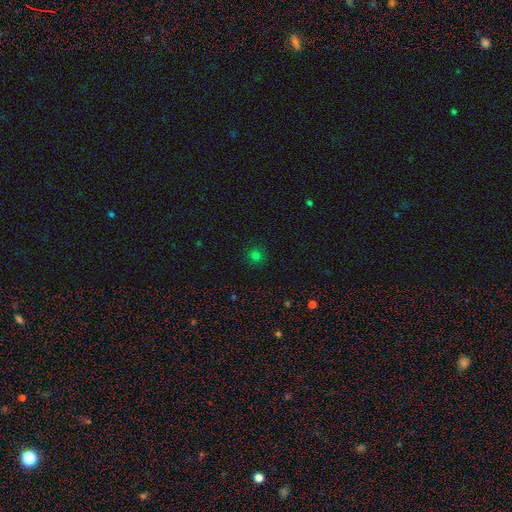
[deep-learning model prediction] Q: Smooth or featured?
A: smooth (76%); runner-up: star or artifact (19%)
Q: How rounded?
A: round (92%); runner-up: in between (7%)
Q: Merging?
A: none (89%); runner-up: minor disturbance (8%)